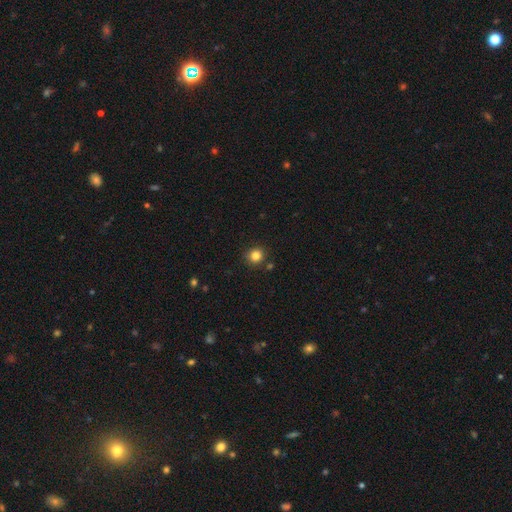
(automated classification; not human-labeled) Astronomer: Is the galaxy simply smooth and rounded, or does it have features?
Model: smooth — 83%.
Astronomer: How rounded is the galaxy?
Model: round — 89%.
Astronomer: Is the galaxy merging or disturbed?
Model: none — 86%.